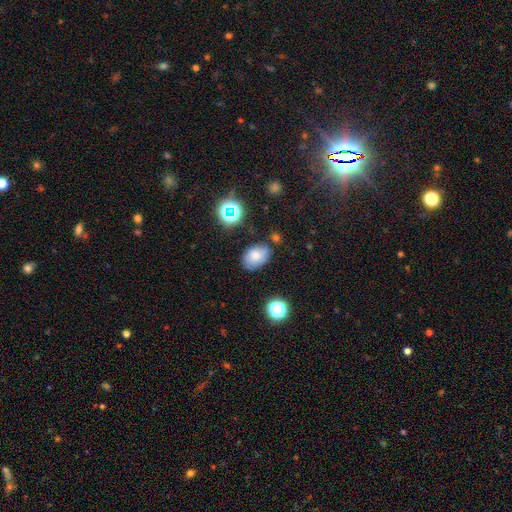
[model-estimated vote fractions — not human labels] Overall: smooth (70%). How rounded: in between (80%). Merging: none (66%).